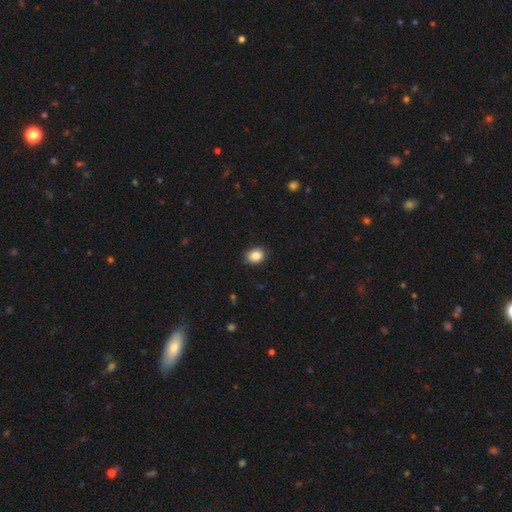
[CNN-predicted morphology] smooth 87%, star or artifact 8%, featured or disk 4%. Down the decision tree: how rounded — in between (55%); merging — none (87%).